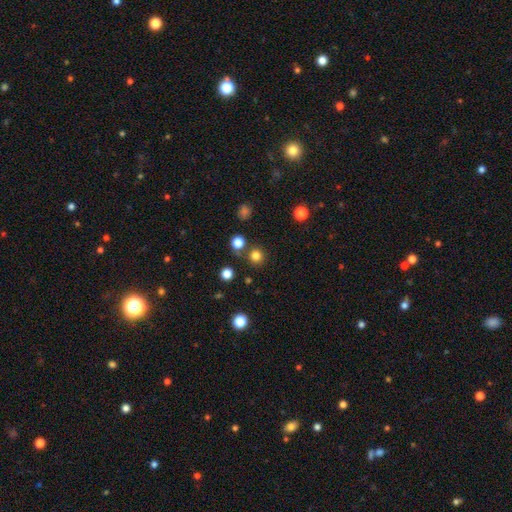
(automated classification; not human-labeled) The model was most divided on "smooth or featured": smooth: 79%, star or artifact: 16%, featured or disk: 5%. More confident: how rounded — round (93%); merging — none (81%).